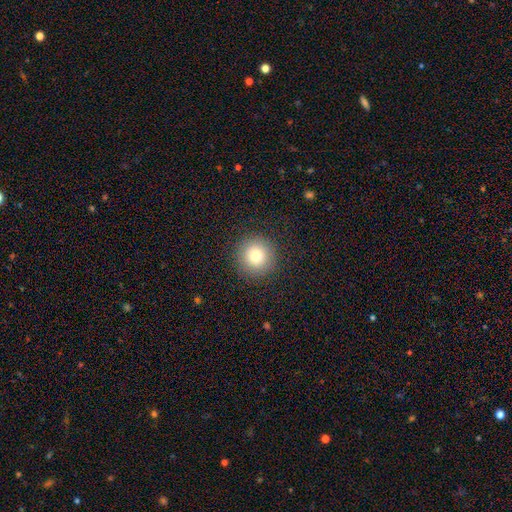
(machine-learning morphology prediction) Smooth or featured?
  - smooth: 76% *
  - star or artifact: 13%
  - featured or disk: 11%
How rounded?
  - round: 96% *
  - in between: 3%
  - cigar-shaped: 1%
Merging?
  - none: 90% *
  - minor disturbance: 6%
  - major disturbance: 3%
  - merger: 1%